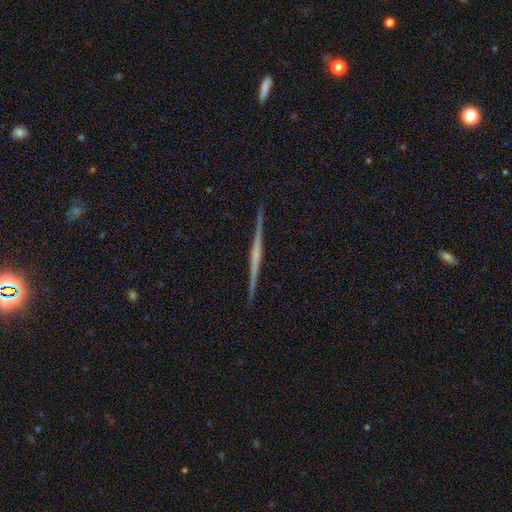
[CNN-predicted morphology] Smooth or featured?
  - featured or disk: 76% *
  - smooth: 18%
  - star or artifact: 6%
Edge-on disk?
  - yes: 98% *
  - no: 2%
Edge-on bulge?
  - none: 60% *
  - rounded: 28%
  - boxy: 12%
Merging?
  - none: 93% *
  - minor disturbance: 5%
  - major disturbance: 1%
  - merger: 1%